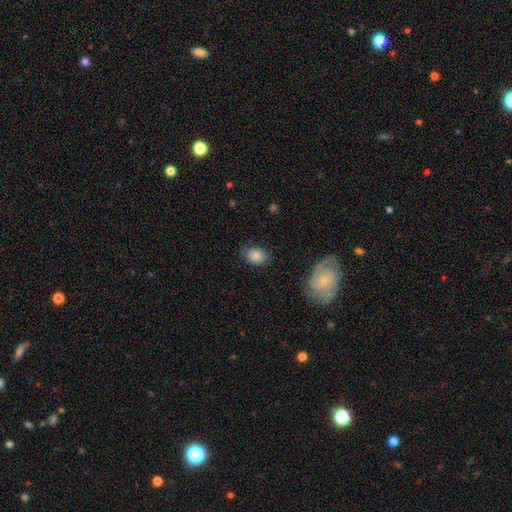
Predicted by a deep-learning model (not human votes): smooth 83%, featured or disk 9%, star or artifact 8%. Down the decision tree: how rounded — in between (74%); merging — none (75%).